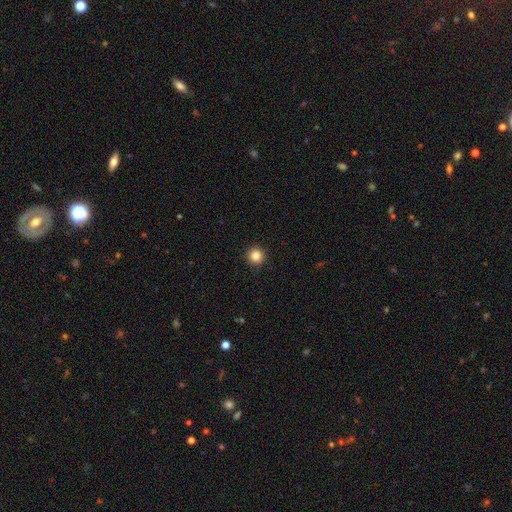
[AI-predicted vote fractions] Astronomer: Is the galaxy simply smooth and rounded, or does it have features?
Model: smooth — 84%.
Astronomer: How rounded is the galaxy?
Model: round — 95%.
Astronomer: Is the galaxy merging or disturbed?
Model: none — 92%.